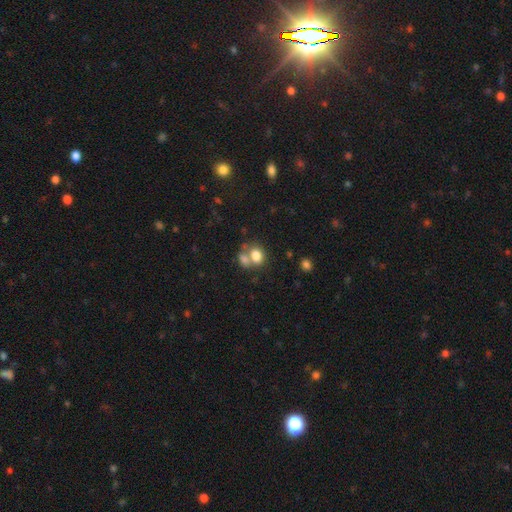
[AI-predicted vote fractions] This is likely a smooth galaxy (77%). How rounded: possibly in between (58%). Merging: possibly merger (47%).